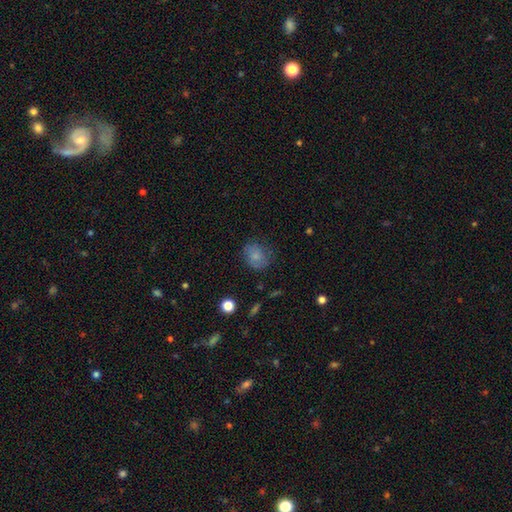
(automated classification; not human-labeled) Morphology: type=smooth (75%); roundness=round (59%); merging=none (69%).